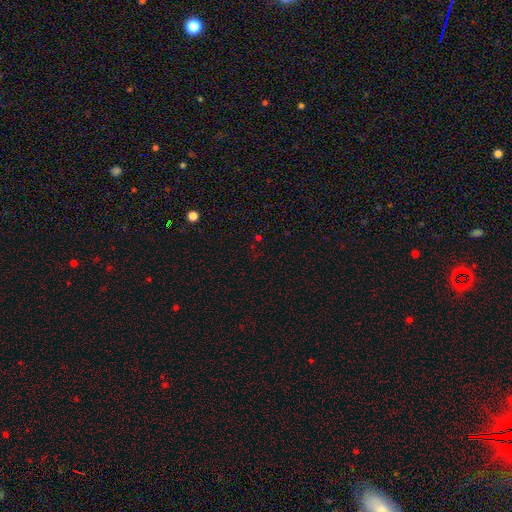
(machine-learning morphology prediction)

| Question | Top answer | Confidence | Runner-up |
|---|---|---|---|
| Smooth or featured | star or artifact | 64% | smooth (29%) |